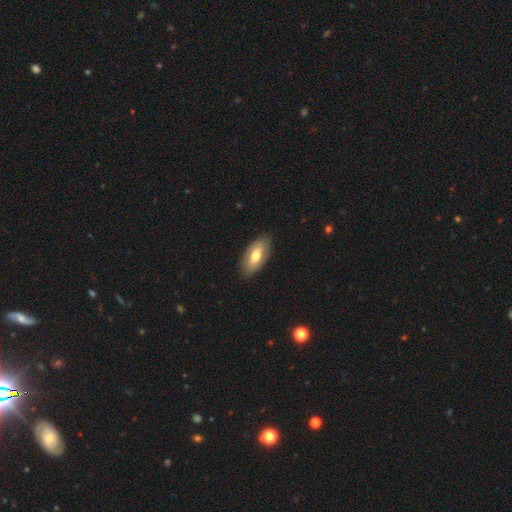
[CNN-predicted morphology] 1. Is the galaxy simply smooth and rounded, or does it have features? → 65% smooth, 30% featured or disk, 6% star or artifact.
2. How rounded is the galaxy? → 90% in between, 7% cigar-shaped, 3% round.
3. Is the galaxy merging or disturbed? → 85% none, 11% minor disturbance, 2% major disturbance, 1% merger.